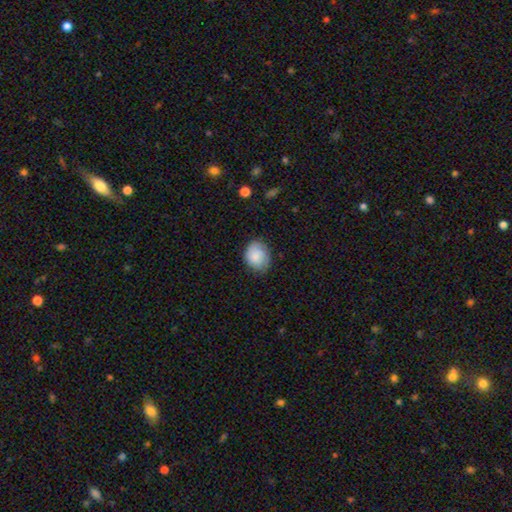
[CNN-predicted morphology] Overall: smooth (79%). How rounded: in between (52%; round 47%). Merging: none (71%).